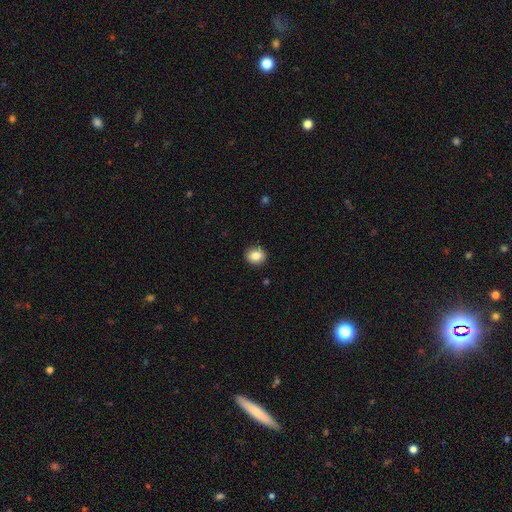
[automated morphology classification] The model was most divided on "how rounded": round: 75%, in between: 24%, cigar-shaped: 1%. More confident: merging — none (91%); smooth or featured — smooth (84%).